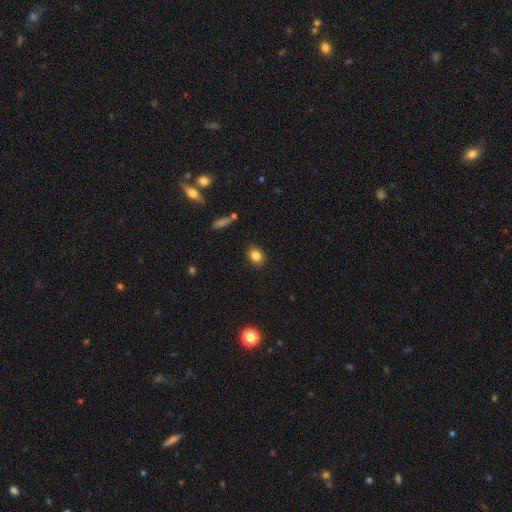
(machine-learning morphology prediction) Smooth or featured?
  - smooth: 83% *
  - star or artifact: 10%
  - featured or disk: 6%
How rounded?
  - in between: 52% *
  - round: 46%
  - cigar-shaped: 1%
Merging?
  - none: 87% *
  - minor disturbance: 9%
  - major disturbance: 2%
  - merger: 1%